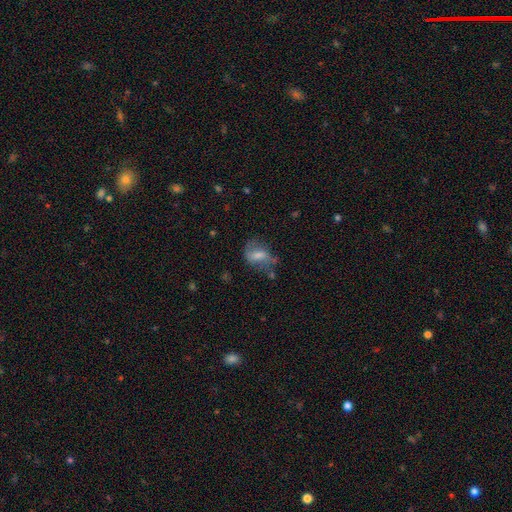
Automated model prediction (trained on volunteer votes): This appears to be a featured or disk galaxy (46%). Merging: none (52%).